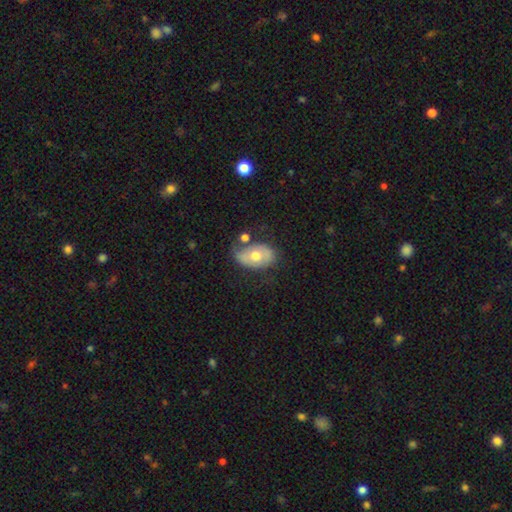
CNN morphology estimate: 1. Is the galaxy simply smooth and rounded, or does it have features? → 52% smooth, 41% featured or disk, 7% star or artifact.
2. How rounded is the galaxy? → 84% in between, 14% round, 1% cigar-shaped.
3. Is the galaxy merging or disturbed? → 51% none, 26% minor disturbance, 12% major disturbance, 11% merger.